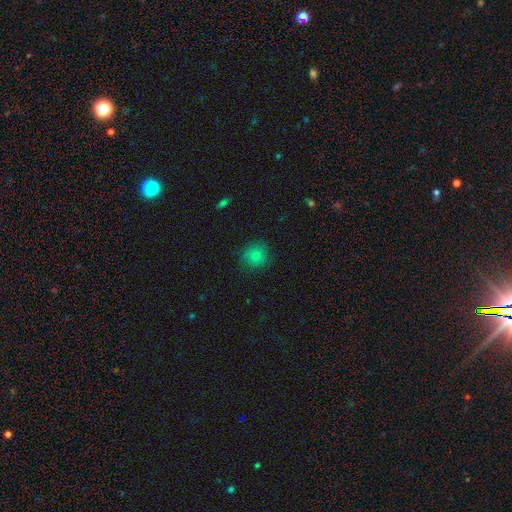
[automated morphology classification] smooth_or_featured: smooth (p=0.75) [alt: featured or disk p=0.13]
how_rounded: round (p=0.89) [alt: in between p=0.10]
merging: none (p=0.80) [alt: minor disturbance p=0.15]